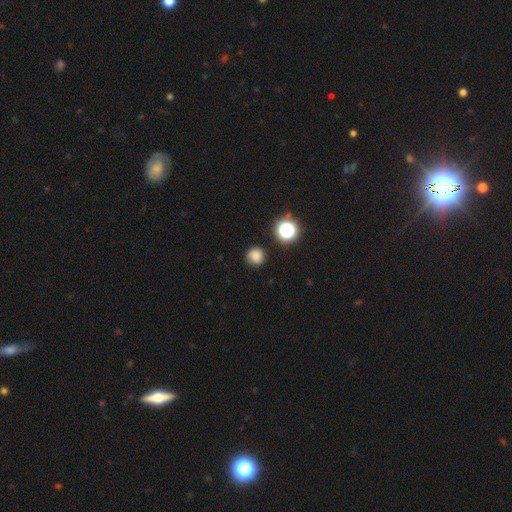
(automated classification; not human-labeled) Smooth or featured: smooth — 79% (star or artifact — 15%)
How rounded: round — 92% (in between — 7%)
Merging: none — 86% (minor disturbance — 10%)